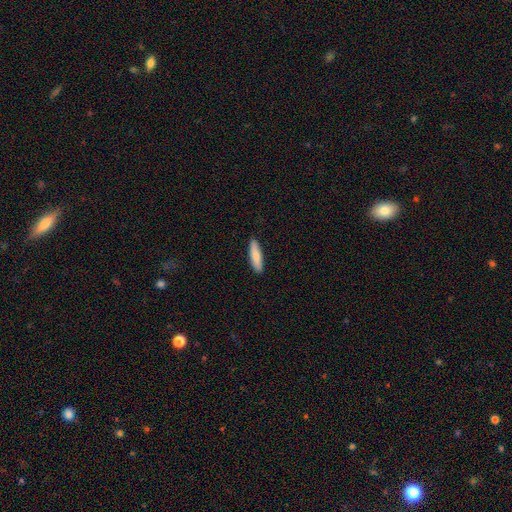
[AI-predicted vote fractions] The model was most divided on "how rounded": cigar-shaped: 75%, in between: 24%, round: 2%. More confident: merging — none (90%); smooth or featured — smooth (81%).